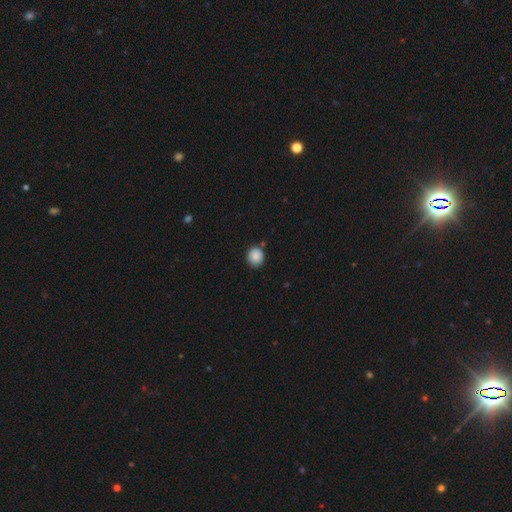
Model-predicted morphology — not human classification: The model was most divided on "how rounded": round: 82%, in between: 17%, cigar-shaped: 1%. More confident: smooth or featured — smooth (86%); merging — none (79%).